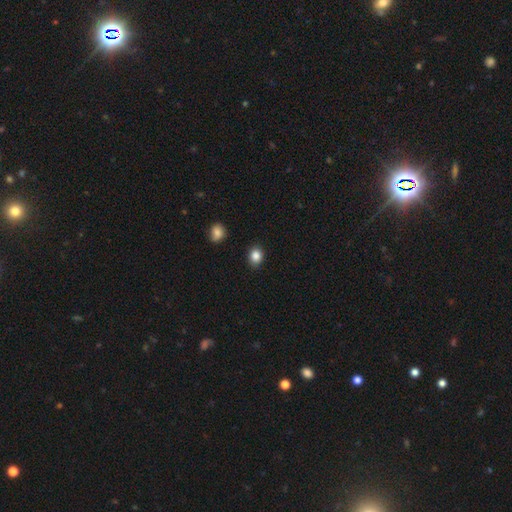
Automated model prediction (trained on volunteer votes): smooth_or_featured: smooth (p=0.86) [alt: star or artifact p=0.10]
how_rounded: round (p=0.52) [alt: in between p=0.47]
merging: none (p=0.88) [alt: minor disturbance p=0.09]